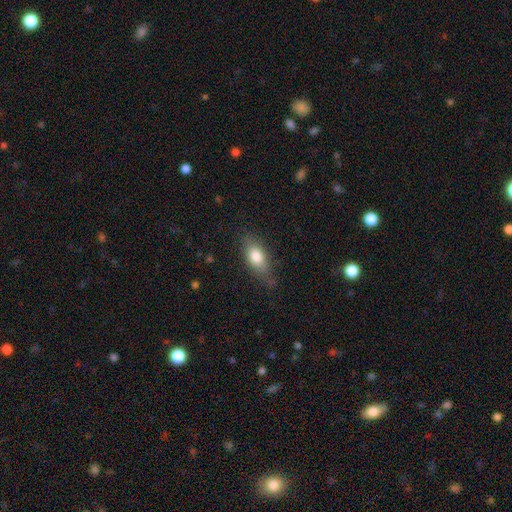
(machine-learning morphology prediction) smooth-or-featured: smooth: 77% | featured or disk: 15% | star or artifact: 7%
  how-rounded: in between: 81% | cigar-shaped: 13% | round: 6%
  merging: none: 68% | minor disturbance: 24% | major disturbance: 7% | merger: 2%